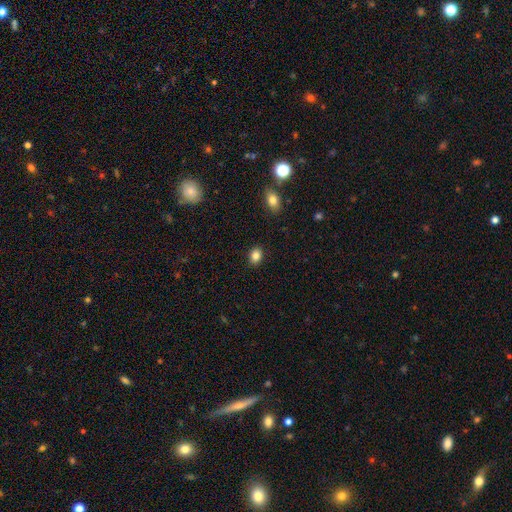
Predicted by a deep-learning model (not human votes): This is clearly a smooth galaxy (84%). How rounded: likely in between (61%). Merging: clearly none (89%).